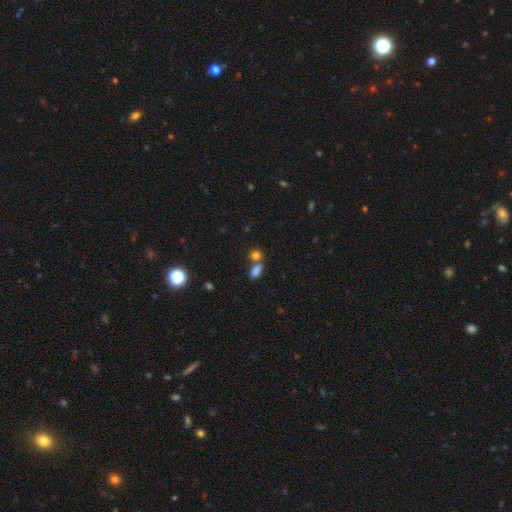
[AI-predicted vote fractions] Morphology: type=smooth (80%); roundness=in between (58%); merging=none (46%).